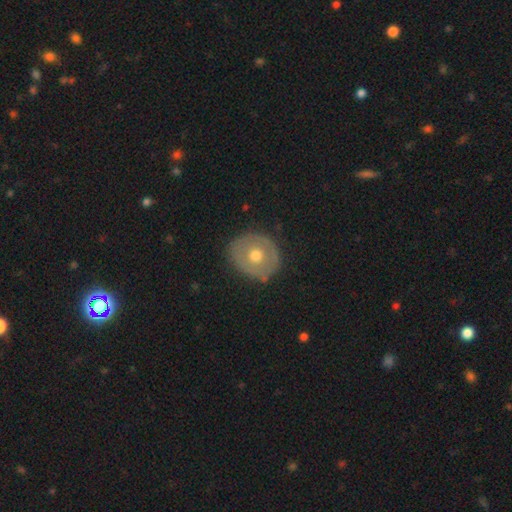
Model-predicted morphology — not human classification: A featured or disk galaxy (48%). Merging: none (82%).